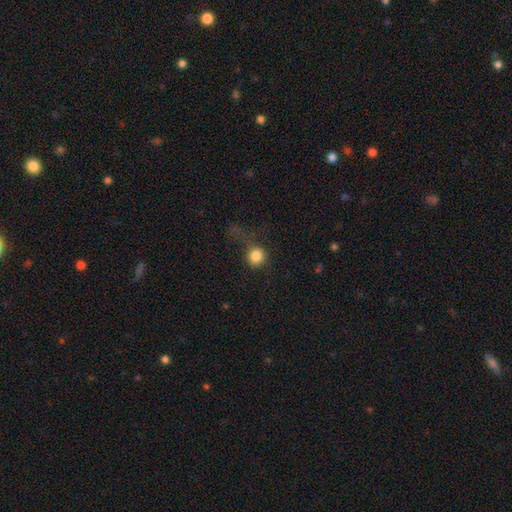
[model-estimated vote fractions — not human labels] Smooth or featured: smooth — 82% (star or artifact — 11%)
How rounded: round — 90% (in between — 9%)
Merging: none — 51% (major disturbance — 26%)